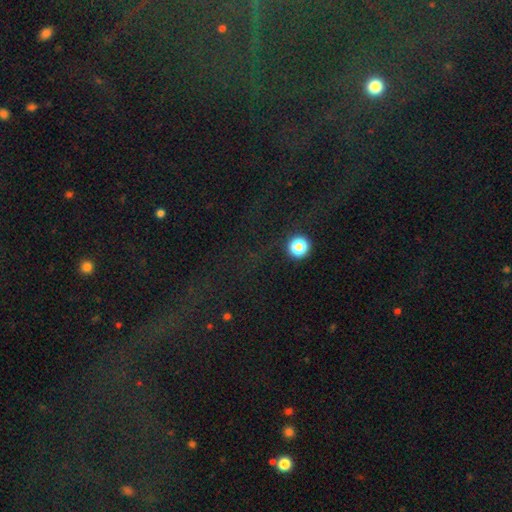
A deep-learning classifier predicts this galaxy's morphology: Smooth or featured: star or artifact — 72% (smooth — 15%)